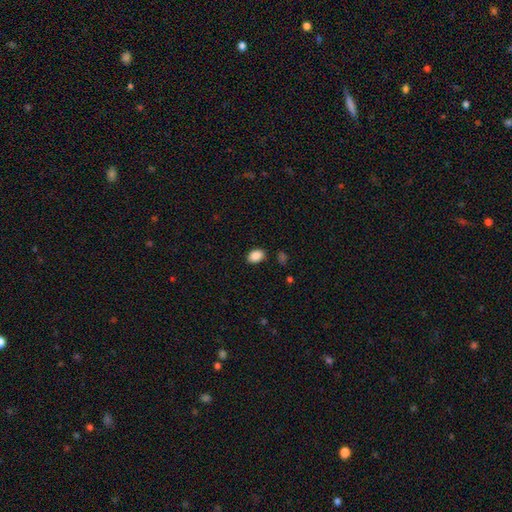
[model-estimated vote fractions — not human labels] Q: Smooth or featured?
A: smooth (88%); runner-up: star or artifact (8%)
Q: How rounded?
A: in between (83%); runner-up: round (15%)
Q: Merging?
A: none (85%); runner-up: minor disturbance (11%)